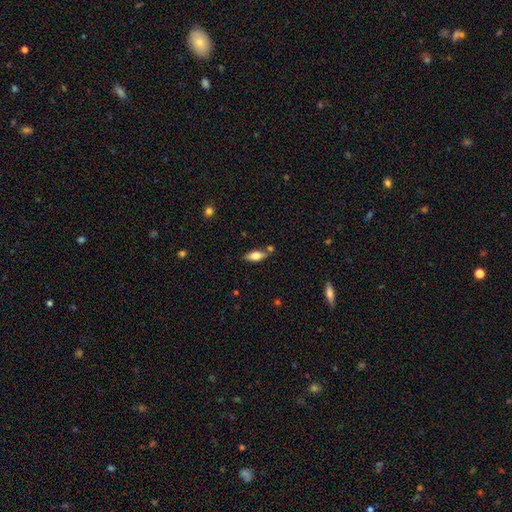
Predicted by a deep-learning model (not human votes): Smooth or featured?
  - smooth: 71% *
  - featured or disk: 21%
  - star or artifact: 7%
How rounded?
  - in between: 82% *
  - cigar-shaped: 16%
  - round: 3%
Merging?
  - none: 70% *
  - minor disturbance: 15%
  - merger: 12%
  - major disturbance: 3%